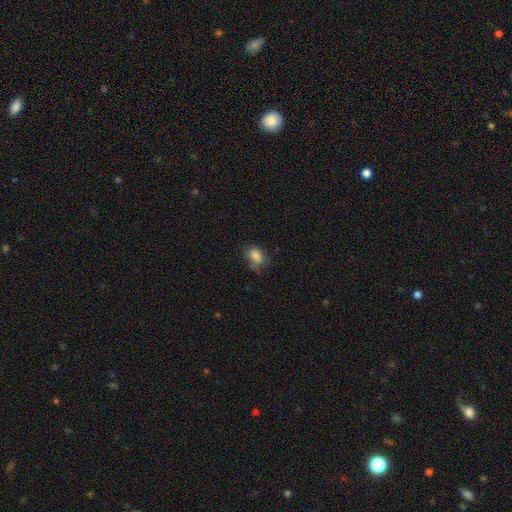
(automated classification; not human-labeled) Morphology: type=smooth (81%); roundness=in between (77%); merging=none (53%).